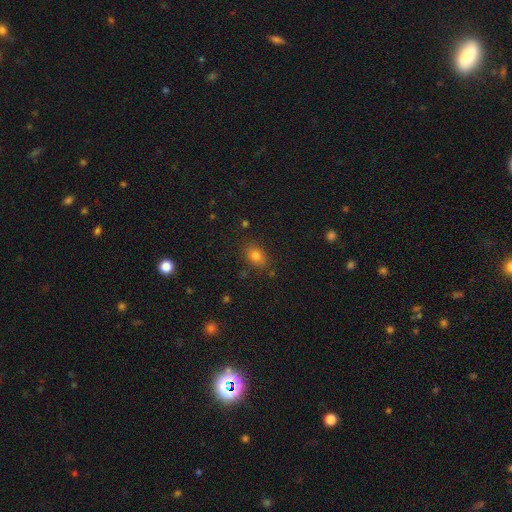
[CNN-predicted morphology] smooth-or-featured: smooth: 81% | star or artifact: 12% | featured or disk: 8%
  how-rounded: in between: 75% | round: 23% | cigar-shaped: 2%
  merging: none: 80% | minor disturbance: 14% | major disturbance: 4% | merger: 3%